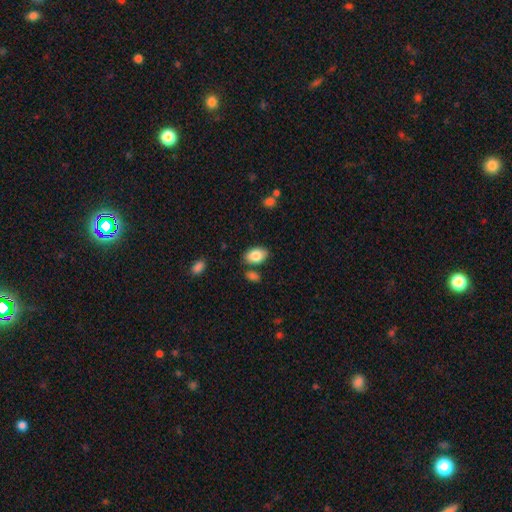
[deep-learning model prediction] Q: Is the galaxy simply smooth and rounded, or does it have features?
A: smooth — 85%.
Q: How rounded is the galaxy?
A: in between — 90%.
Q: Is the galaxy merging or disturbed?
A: none — 77%.